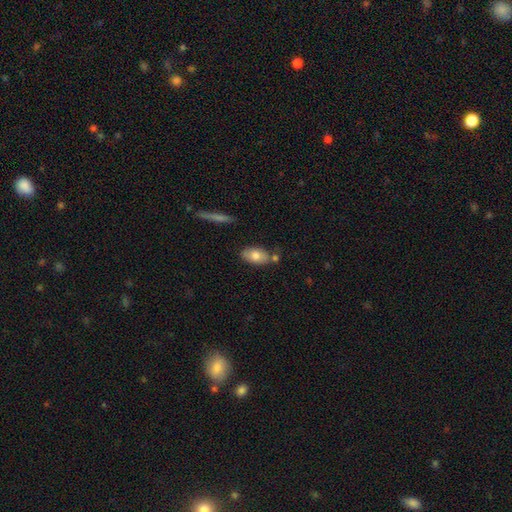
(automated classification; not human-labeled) A smooth galaxy with no disk features (76%) that is in between round and cigar-shaped (90%). Merging: none (70%).